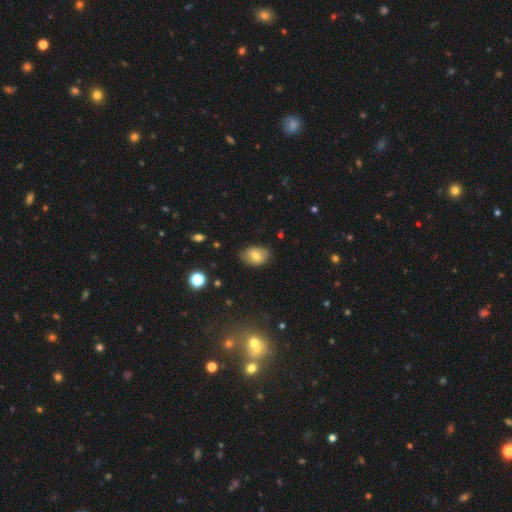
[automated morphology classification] type=smooth (69%); roundness=in between (80%); merging=none (81%).